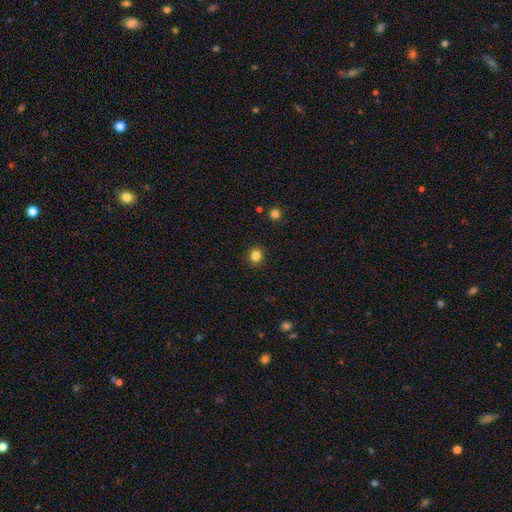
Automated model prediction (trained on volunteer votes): Smooth or featured? smooth (83%)
How rounded? round (86%)
Merging? none (91%)